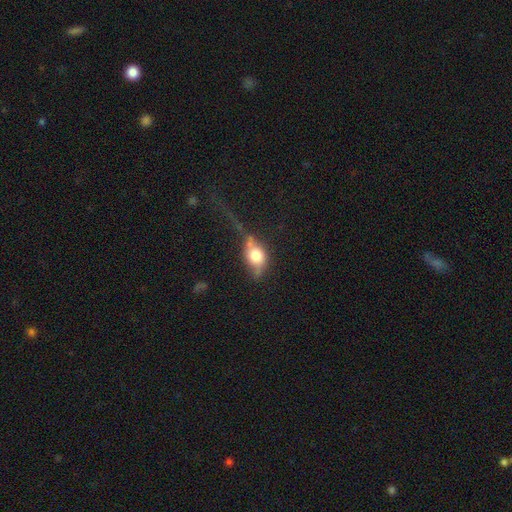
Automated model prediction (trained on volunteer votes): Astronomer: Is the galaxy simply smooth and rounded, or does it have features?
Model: smooth — 62%.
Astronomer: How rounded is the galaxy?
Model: in between — 70%.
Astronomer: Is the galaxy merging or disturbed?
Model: major disturbance — 32% (runner-up: none, 31%).